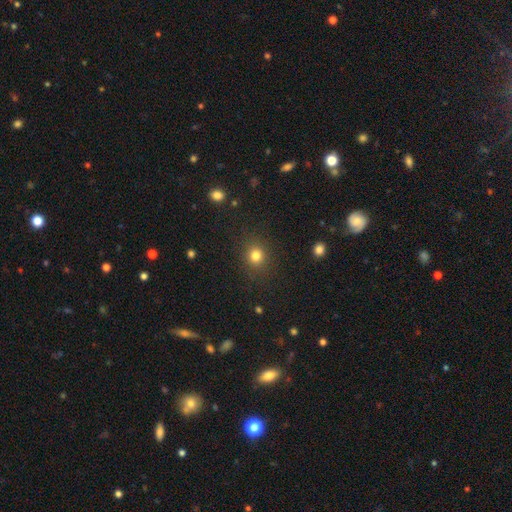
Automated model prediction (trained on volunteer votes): Q: Smooth or featured?
A: smooth (82%); runner-up: star or artifact (13%)
Q: How rounded?
A: round (86%); runner-up: in between (13%)
Q: Merging?
A: none (88%); runner-up: minor disturbance (8%)